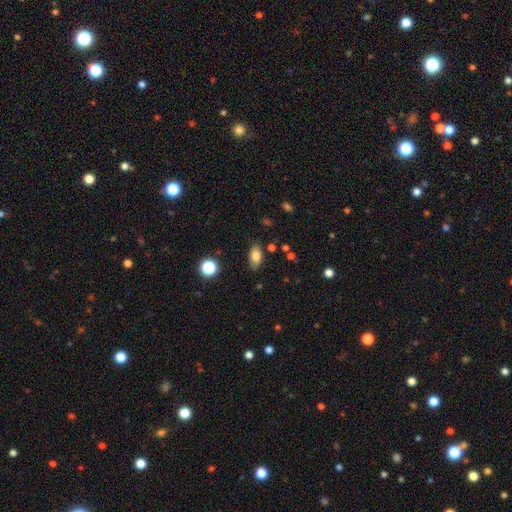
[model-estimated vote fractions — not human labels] A smooth galaxy with no disk features (81%) that is in between round and cigar-shaped (88%). Merging: none (81%).